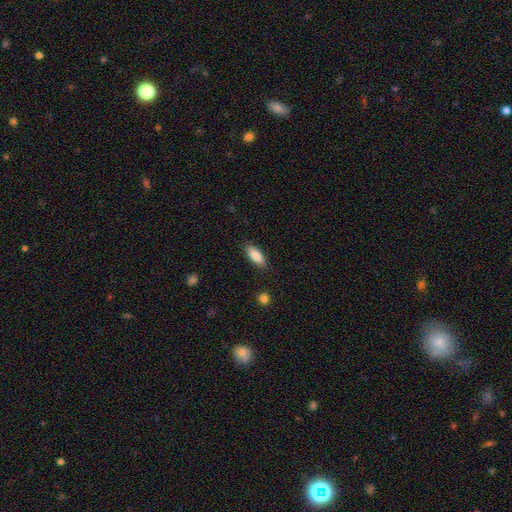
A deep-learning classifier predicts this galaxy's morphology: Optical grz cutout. It shows a smooth galaxy with no disk features (86%) that is in between round and cigar-shaped (74%). Merging: none (86%).